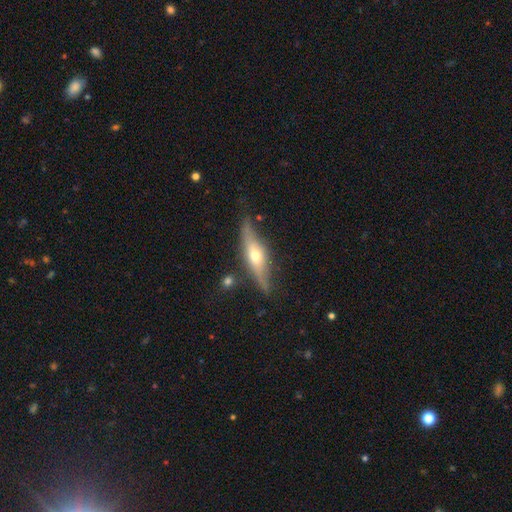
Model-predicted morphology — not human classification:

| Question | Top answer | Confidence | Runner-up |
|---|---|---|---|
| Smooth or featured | featured or disk | 66% | smooth (28%) |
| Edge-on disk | yes | 88% | no (12%) |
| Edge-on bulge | rounded | 90% | none (5%) |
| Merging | none | 77% | minor disturbance (16%) |